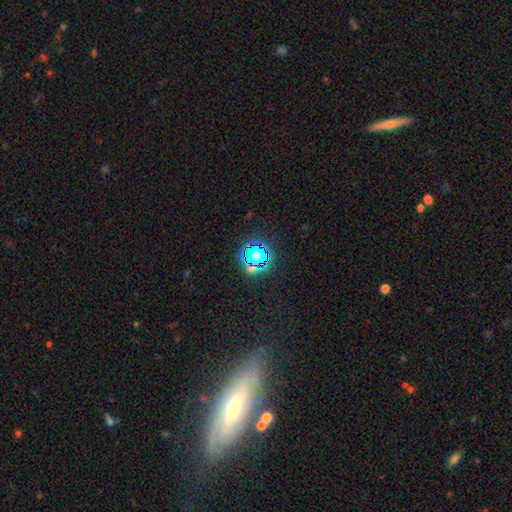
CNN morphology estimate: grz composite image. It shows a star or artifact, not a galaxy (58%).